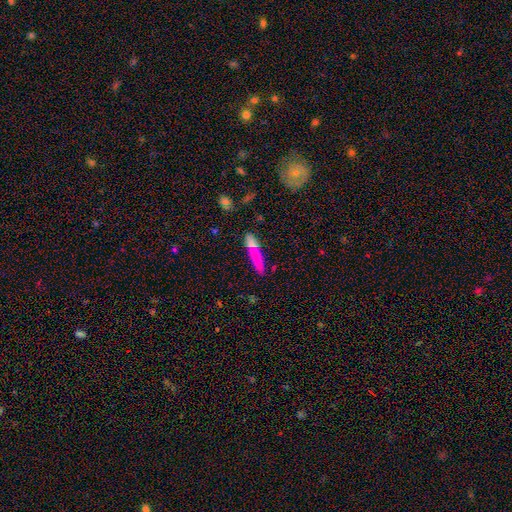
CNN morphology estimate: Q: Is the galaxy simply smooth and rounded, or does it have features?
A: smooth — 70%.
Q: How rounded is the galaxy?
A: cigar-shaped — 89%.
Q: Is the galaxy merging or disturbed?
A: none — 72%.